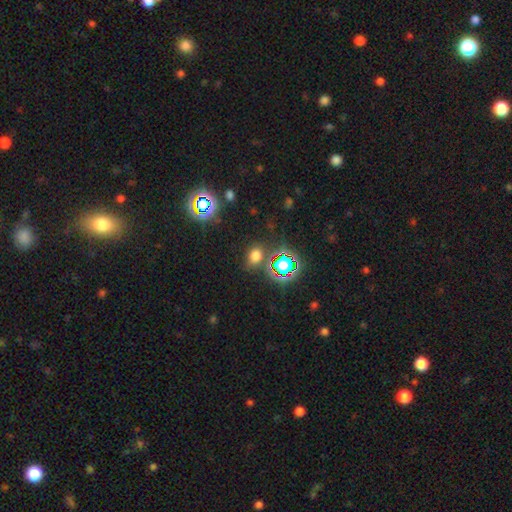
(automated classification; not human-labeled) A smooth galaxy with no disk features (62%) that is in between round and cigar-shaped (51%). Merging: none (78%).